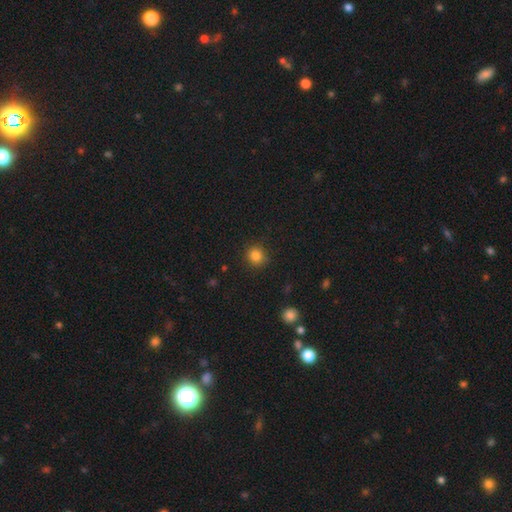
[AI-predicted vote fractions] Smooth or featured: smooth — 85% (star or artifact — 11%)
How rounded: round — 90% (in between — 9%)
Merging: none — 89% (minor disturbance — 8%)